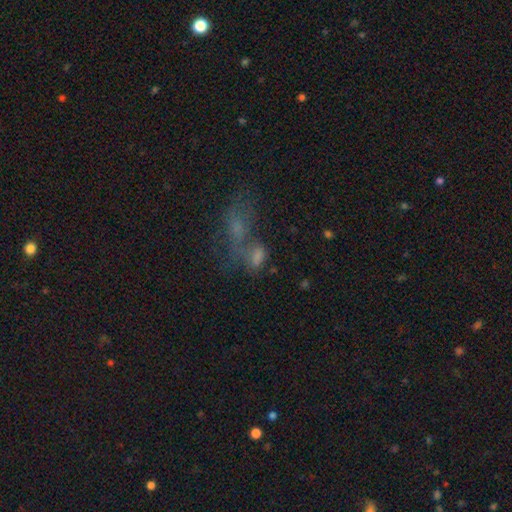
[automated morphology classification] Overall: smooth (58%; star or artifact 24%). How rounded: in between (78%). Merging: merger (41%; none 27%).